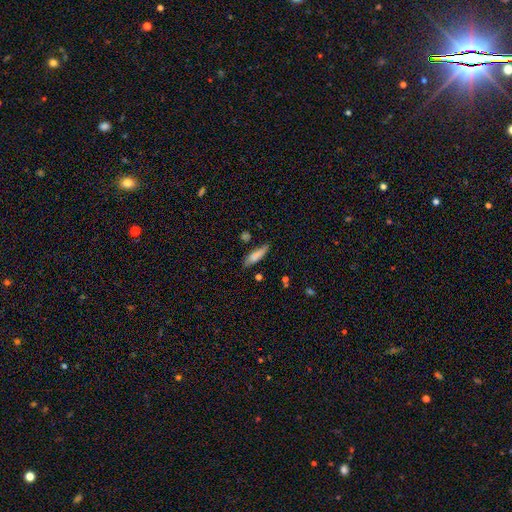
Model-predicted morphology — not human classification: Q: Smooth or featured?
A: smooth (77%); runner-up: featured or disk (15%)
Q: How rounded?
A: cigar-shaped (62%); runner-up: in between (36%)
Q: Merging?
A: none (69%); runner-up: minor disturbance (22%)